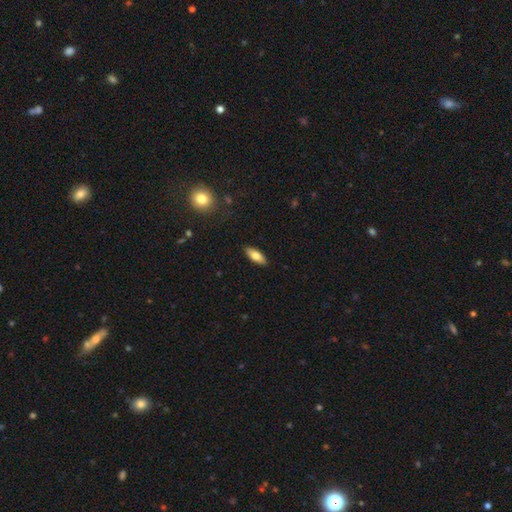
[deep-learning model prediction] This is likely a smooth galaxy (74%). How rounded: likely in between (72%). Merging: clearly none (89%).